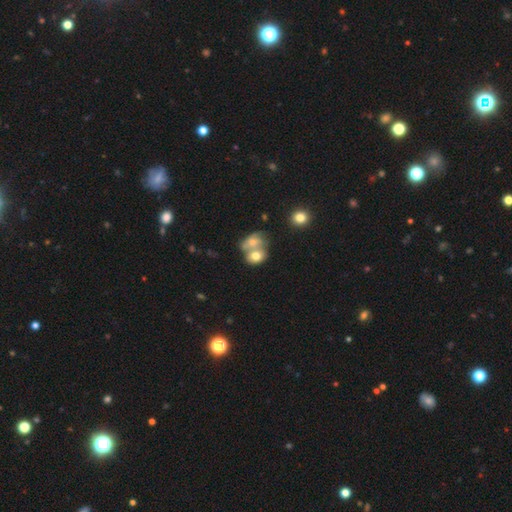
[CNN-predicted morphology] The model was most divided on "how rounded": round: 53%, in between: 45%, cigar-shaped: 1%. More confident: smooth or featured — smooth (67%); merging — merger (64%).